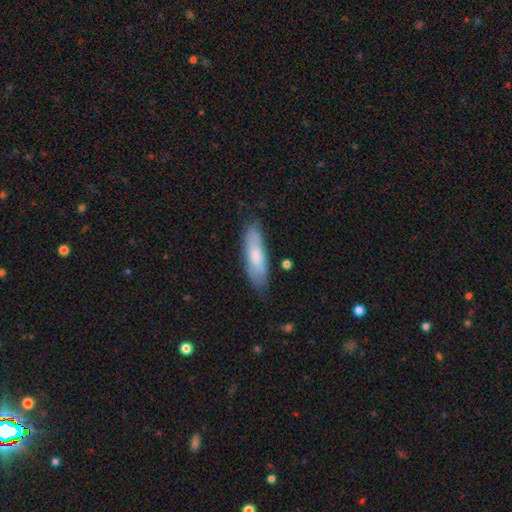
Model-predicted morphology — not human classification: Overall: smooth (72%). How rounded: cigar-shaped (60%; in between 39%). Merging: none (74%).